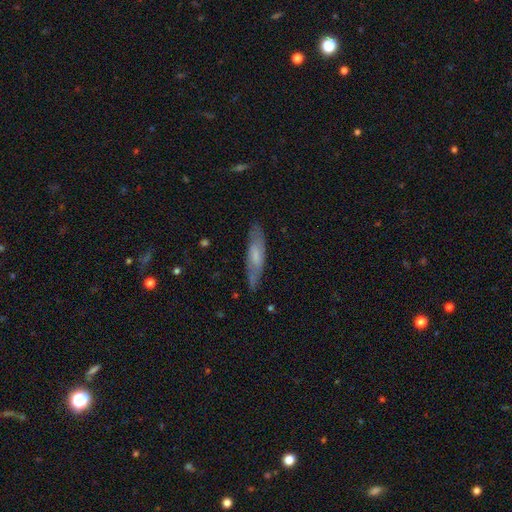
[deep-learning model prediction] The model was most divided on "smooth or featured": smooth: 48%, featured or disk: 45%, star or artifact: 6%. More confident: merging — none (81%).